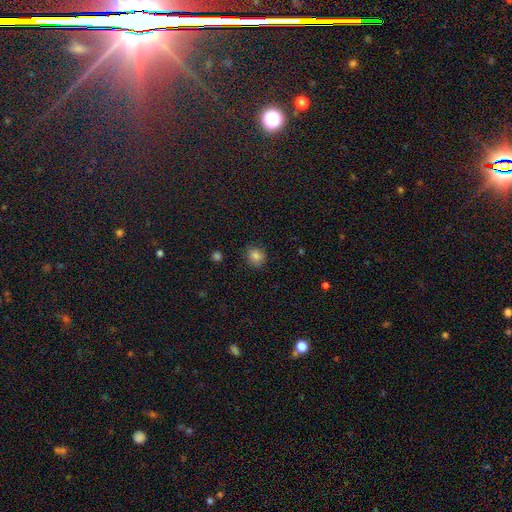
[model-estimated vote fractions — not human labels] smooth-or-featured: smooth: 83% | star or artifact: 11% | featured or disk: 6%
  how-rounded: round: 78% | in between: 21% | cigar-shaped: 1%
  merging: none: 86% | minor disturbance: 11% | major disturbance: 2% | merger: 1%